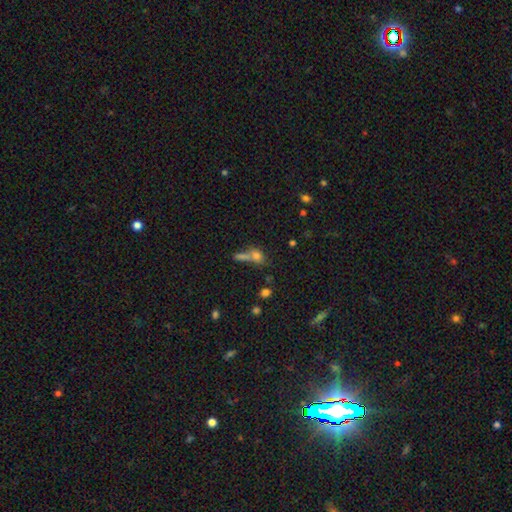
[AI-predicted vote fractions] smooth 71%, star or artifact 15%, featured or disk 14%. Down the decision tree: how rounded — in between (49%); merging — merger (47%).